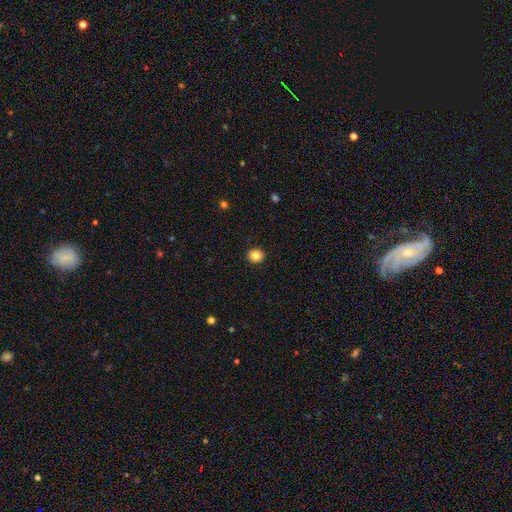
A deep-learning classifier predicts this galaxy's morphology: A smooth galaxy with no disk features (84%) that is round (91%). Merging: none (93%).